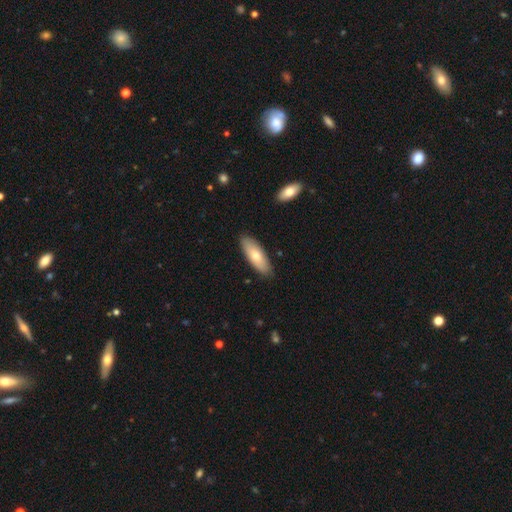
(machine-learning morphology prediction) A smooth galaxy with no disk features (72%) that is in between round and cigar-shaped (69%).

Vote fractions:
- Smooth or featured? smooth: 72% / featured or disk: 23% / star or artifact: 6%
- How rounded? in between: 69% / cigar-shaped: 29% / round: 2%
- Merging? none: 87% / minor disturbance: 10% / major disturbance: 2% / merger: 1%